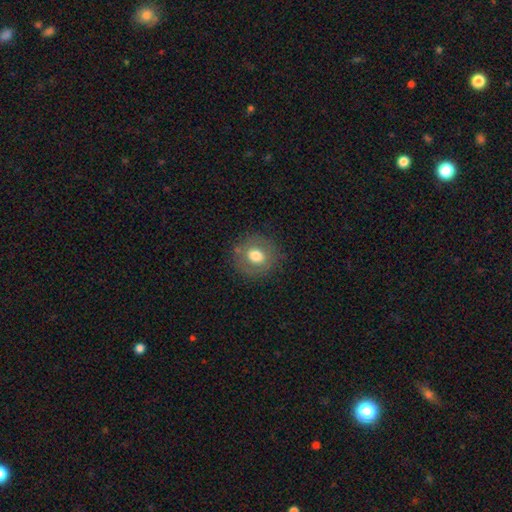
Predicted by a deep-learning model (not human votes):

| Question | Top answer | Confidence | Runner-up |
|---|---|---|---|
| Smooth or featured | smooth | 66% | featured or disk (25%) |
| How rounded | round | 80% | in between (19%) |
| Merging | none | 81% | minor disturbance (13%) |